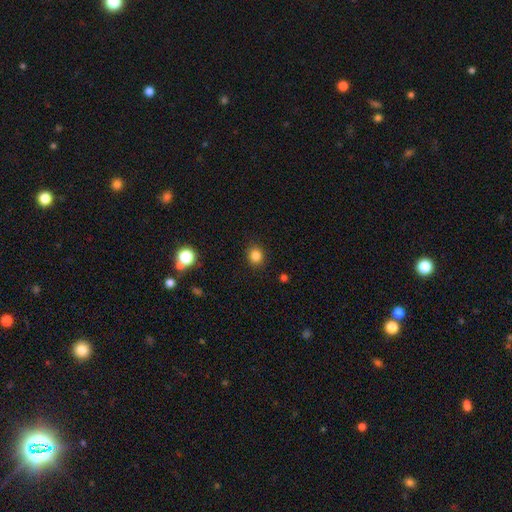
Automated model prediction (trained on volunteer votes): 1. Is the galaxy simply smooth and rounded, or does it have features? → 84% smooth, 12% star or artifact, 4% featured or disk.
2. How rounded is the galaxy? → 77% round, 22% in between, 1% cigar-shaped.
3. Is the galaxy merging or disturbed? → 90% none, 7% minor disturbance, 2% major disturbance, 1% merger.